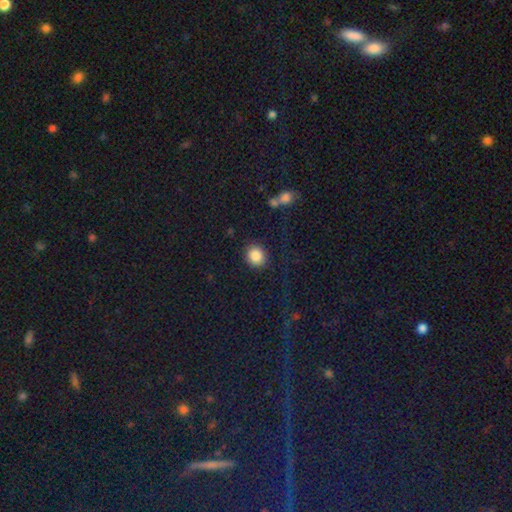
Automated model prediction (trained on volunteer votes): Q: Smooth or featured?
A: smooth (86%); runner-up: star or artifact (9%)
Q: How rounded?
A: round (73%); runner-up: in between (26%)
Q: Merging?
A: none (85%); runner-up: minor disturbance (9%)